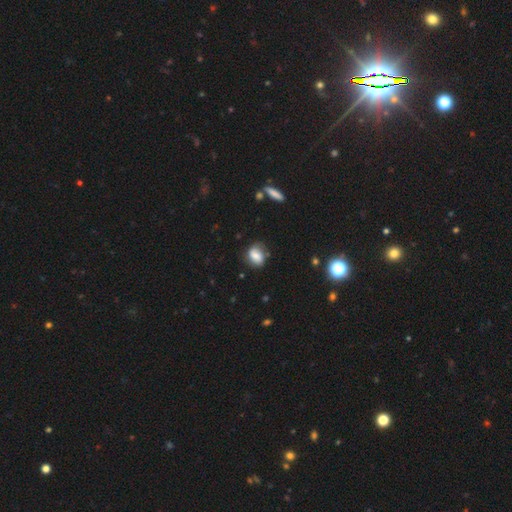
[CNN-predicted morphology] Overall: smooth (68%). How rounded: in between (60%; round 38%). Merging: none (66%).